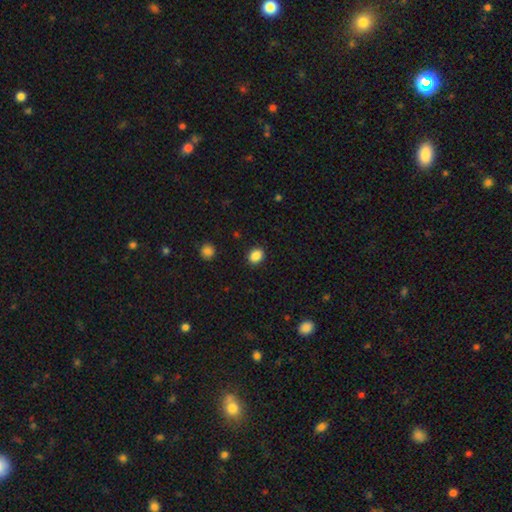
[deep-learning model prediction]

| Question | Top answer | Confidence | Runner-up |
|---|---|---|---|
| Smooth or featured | smooth | 88% | star or artifact (9%) |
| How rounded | round | 50% | in between (49%) |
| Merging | none | 89% | minor disturbance (7%) |